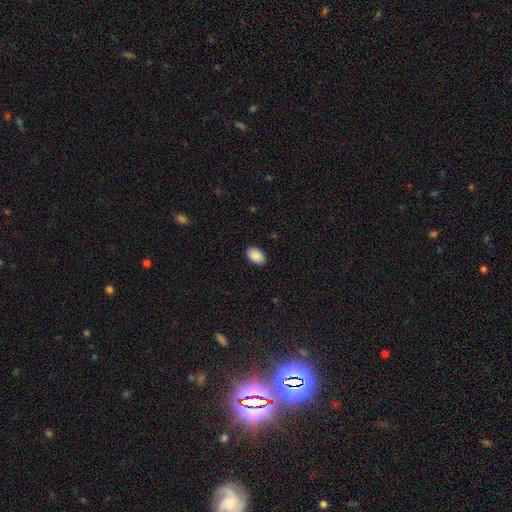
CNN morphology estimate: Smooth or featured? smooth (90%)
How rounded? in between (92%)
Merging? none (89%)